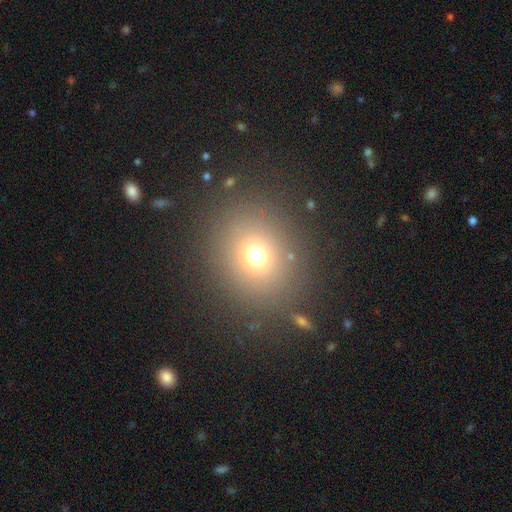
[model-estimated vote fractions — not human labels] smooth 70%, star or artifact 19%, featured or disk 11%. Down the decision tree: how rounded — round (75%); merging — none (85%).